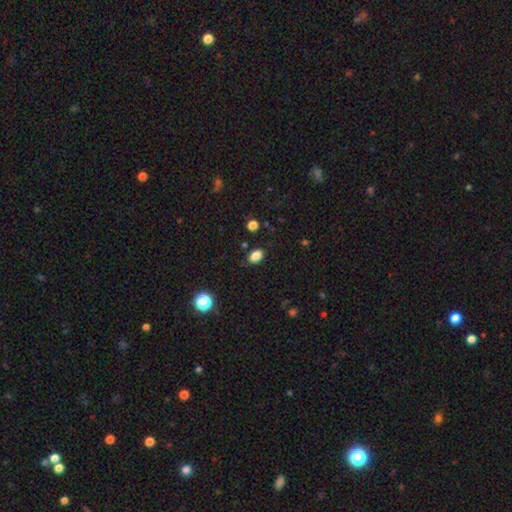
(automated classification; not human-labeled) smooth-or-featured: smooth: 84% | star or artifact: 11% | featured or disk: 5%
  how-rounded: in between: 82% | round: 17% | cigar-shaped: 1%
  merging: none: 85% | minor disturbance: 11% | major disturbance: 3% | merger: 2%